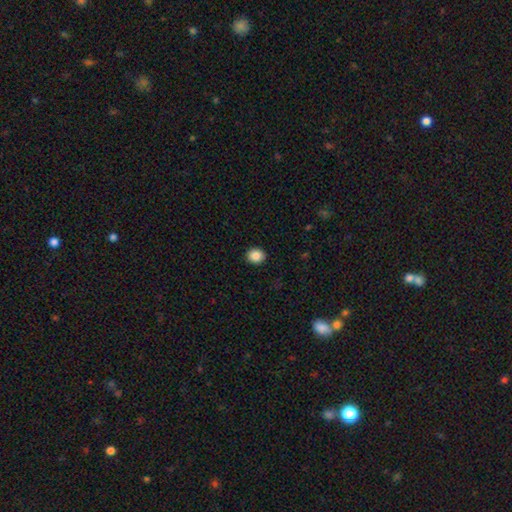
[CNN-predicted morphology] Smooth or featured? smooth (86%)
How rounded? round (76%)
Merging? none (92%)